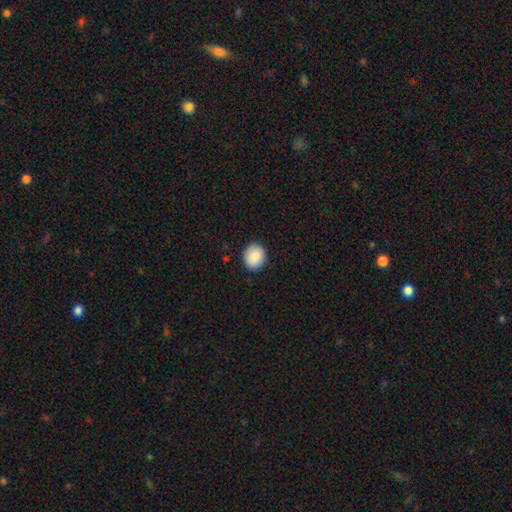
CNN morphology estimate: Q: Smooth or featured?
A: smooth (89%); runner-up: star or artifact (7%)
Q: How rounded?
A: round (68%); runner-up: in between (31%)
Q: Merging?
A: none (89%); runner-up: minor disturbance (8%)